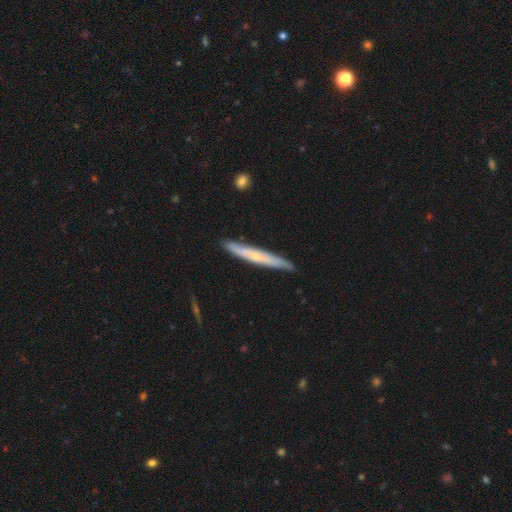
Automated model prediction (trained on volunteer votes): Smooth or featured? featured or disk (57%)
Edge-on disk? yes (91%)
Edge-on bulge? rounded (57%)
Merging? none (87%)